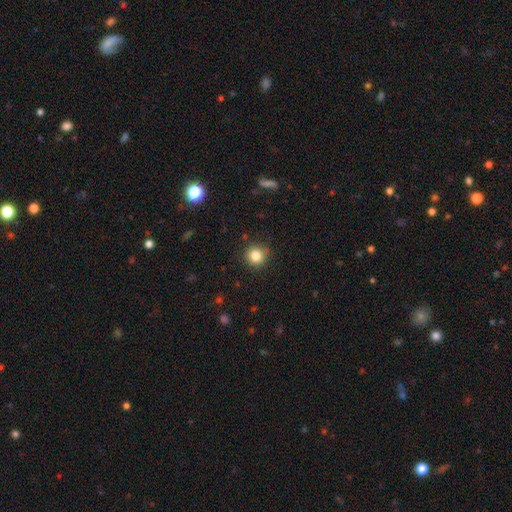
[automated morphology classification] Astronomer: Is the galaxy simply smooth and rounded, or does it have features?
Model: smooth — 83%.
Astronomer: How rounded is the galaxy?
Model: round — 93%.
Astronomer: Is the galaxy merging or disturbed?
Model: none — 89%.